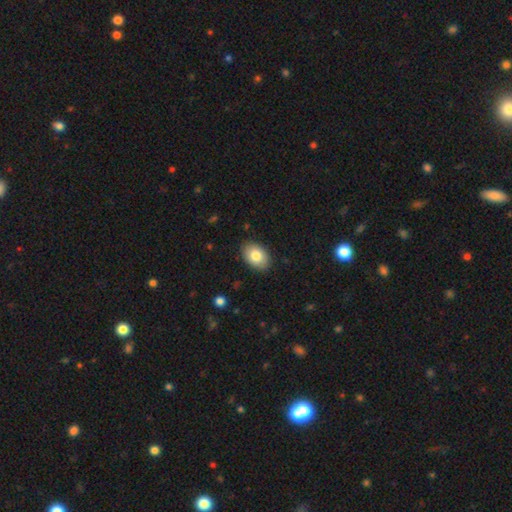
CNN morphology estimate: The model was most divided on "smooth or featured": smooth: 82%, featured or disk: 11%, star or artifact: 7%. More confident: how rounded — in between (88%); merging — none (88%).